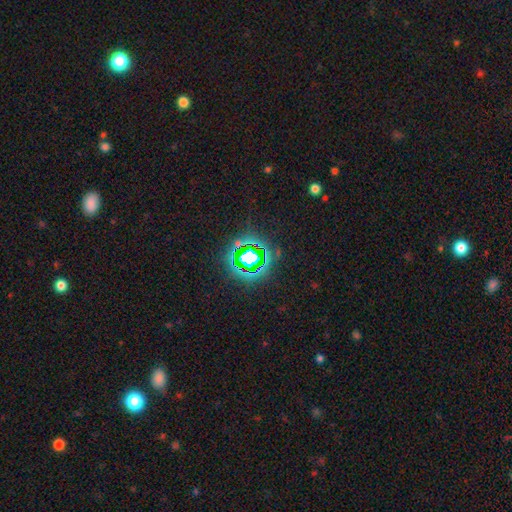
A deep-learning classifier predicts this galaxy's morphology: smooth_or_featured: star or artifact (p=0.82) [alt: smooth p=0.11]